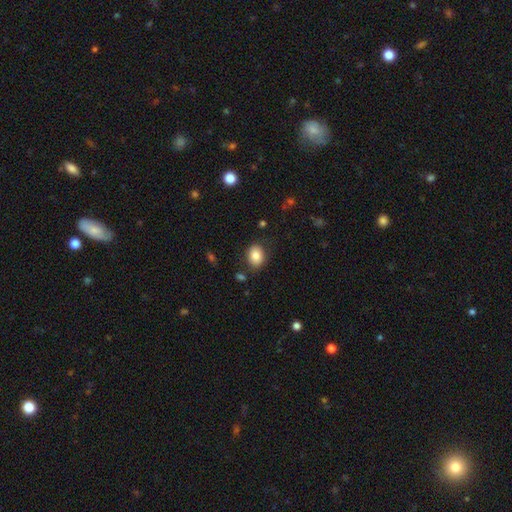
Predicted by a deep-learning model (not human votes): This appears to be a smooth galaxy with no disk features (84%) that is in between round and cigar-shaped (67%). Merging: none (82%).